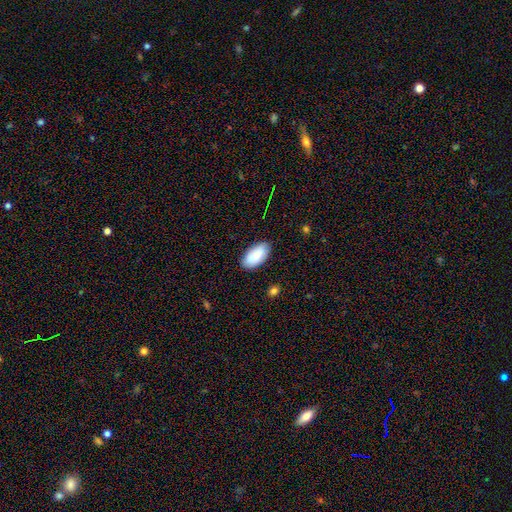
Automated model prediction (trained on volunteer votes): smooth_or_featured: smooth (p=0.87) [alt: featured or disk p=0.07]
how_rounded: in between (p=0.95) [alt: cigar-shaped p=0.03]
merging: none (p=0.87) [alt: minor disturbance p=0.10]